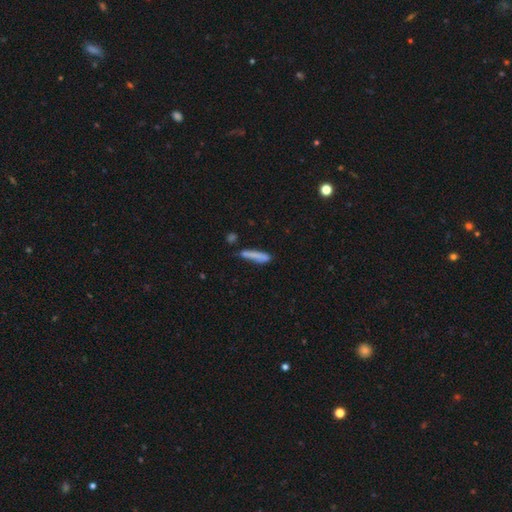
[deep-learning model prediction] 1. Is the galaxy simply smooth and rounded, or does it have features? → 77% smooth, 15% featured or disk, 8% star or artifact.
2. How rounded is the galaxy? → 87% cigar-shaped, 11% in between, 2% round.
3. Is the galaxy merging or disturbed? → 58% none, 23% minor disturbance, 11% merger, 8% major disturbance.